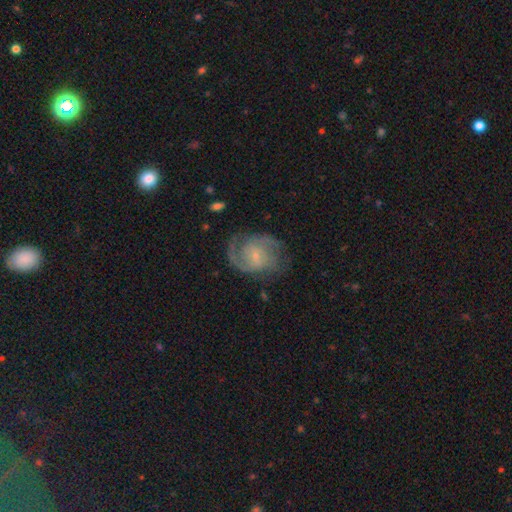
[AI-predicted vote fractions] Q: Smooth or featured?
A: featured or disk (82%); runner-up: smooth (13%)
Q: Edge-on disk?
A: no (98%); runner-up: yes (2%)
Q: Bar?
A: no (53%); runner-up: weak (40%)
Q: Spiral arms?
A: yes (94%); runner-up: no (6%)
Q: Spiral winding?
A: medium (49%); runner-up: tight (35%)
Q: Spiral arm count?
A: 2 (62%); runner-up: can't tell (16%)
Q: Bulge size?
A: small (77%); runner-up: moderate (16%)
Q: Merging?
A: none (67%); runner-up: minor disturbance (19%)